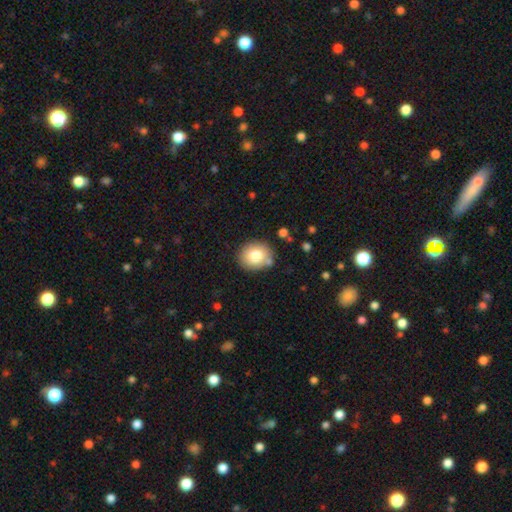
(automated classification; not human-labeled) This appears to be a smooth galaxy with no disk features (78%) that is round (68%). Merging: none (82%).